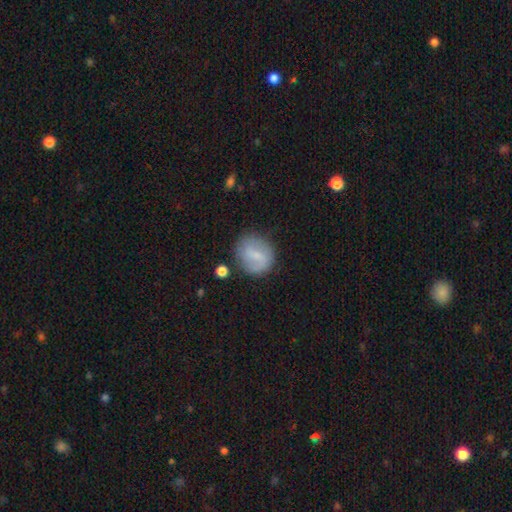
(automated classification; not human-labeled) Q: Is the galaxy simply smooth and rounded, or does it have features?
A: smooth — 55%.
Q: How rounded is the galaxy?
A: round — 77%.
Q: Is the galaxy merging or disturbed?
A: none — 75%.